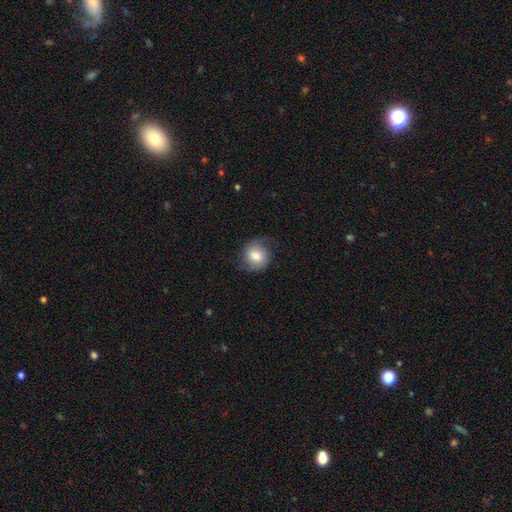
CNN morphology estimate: Smooth or featured? Predicted: smooth (p=0.61). How rounded? Predicted: round (p=0.79). Merging? Predicted: none (p=0.71).